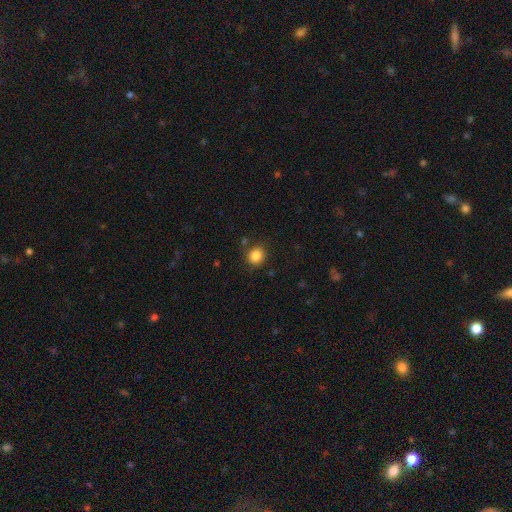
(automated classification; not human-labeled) Smooth or featured? Predicted: smooth (p=0.85). How rounded? Predicted: round (p=0.86). Merging? Predicted: none (p=0.84).